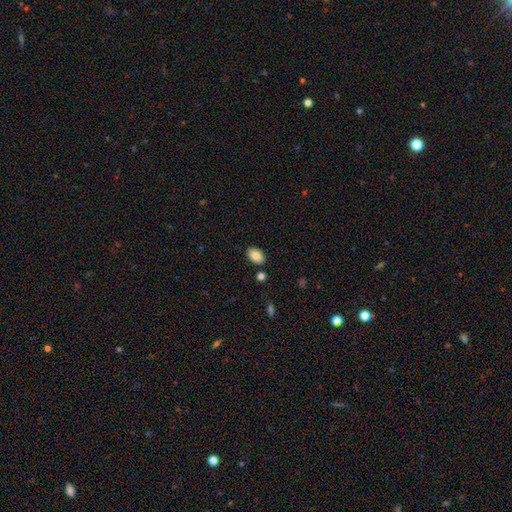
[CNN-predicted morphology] This is clearly a smooth galaxy (86%). How rounded: clearly in between (90%). Merging: clearly none (86%).